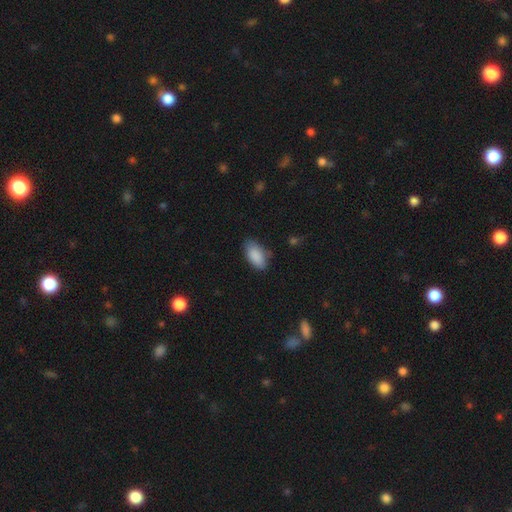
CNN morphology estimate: type=smooth (89%); roundness=in between (93%); merging=none (73%).